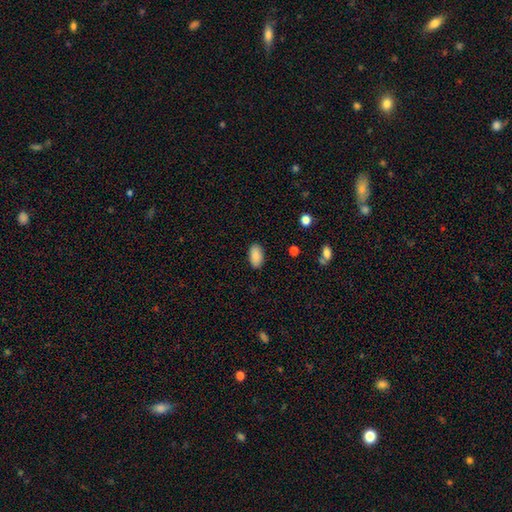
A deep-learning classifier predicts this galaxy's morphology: Smooth or featured? smooth (87%)
How rounded? in between (94%)
Merging? none (88%)